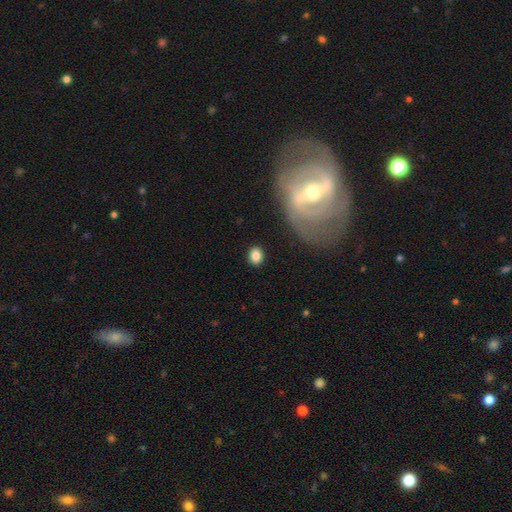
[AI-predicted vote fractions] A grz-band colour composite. It shows a smooth galaxy with no disk features (84%) that is in between round and cigar-shaped (55%). Merging: none (87%).